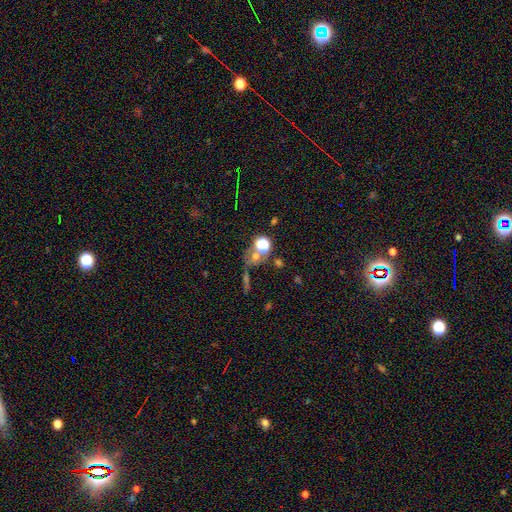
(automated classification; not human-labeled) A smooth galaxy with no disk features (42%, tied with star or artifact).

Vote fractions:
- Smooth or featured? smooth: 42% (tied) / star or artifact: 42% (tied) / featured or disk: 16%
- Merging? none: 51% / merger: 28% / major disturbance: 11% / minor disturbance: 10%